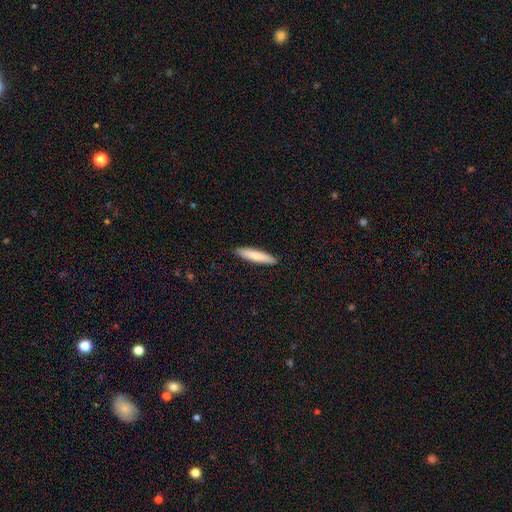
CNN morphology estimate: Smooth or featured? smooth (79%)
How rounded? cigar-shaped (88%)
Merging? none (91%)